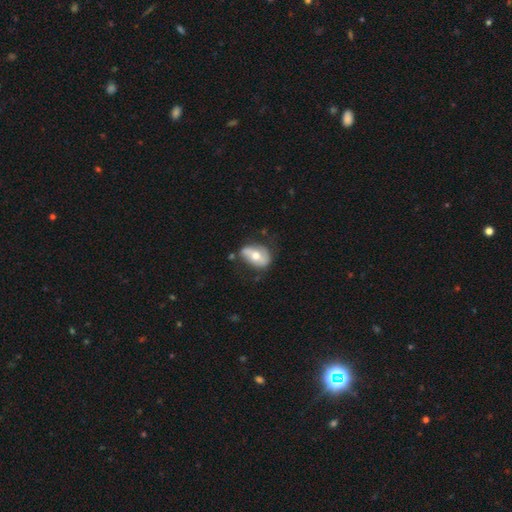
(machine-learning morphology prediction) Smooth or featured? smooth (47%, tied with featured or disk)
Merging? none (58%)